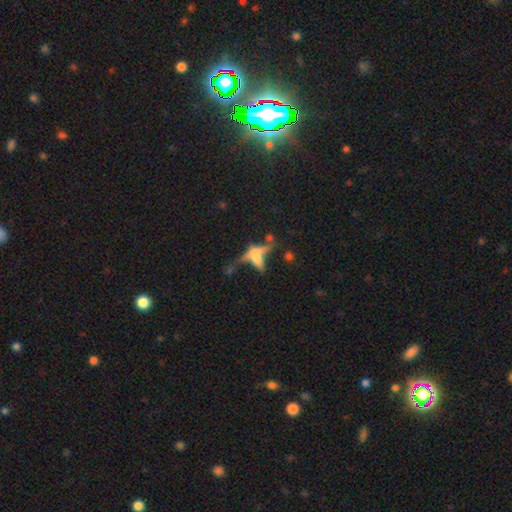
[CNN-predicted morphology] Smooth or featured? Predicted: featured or disk (p=0.46). Merging? Predicted: merger (p=0.32).